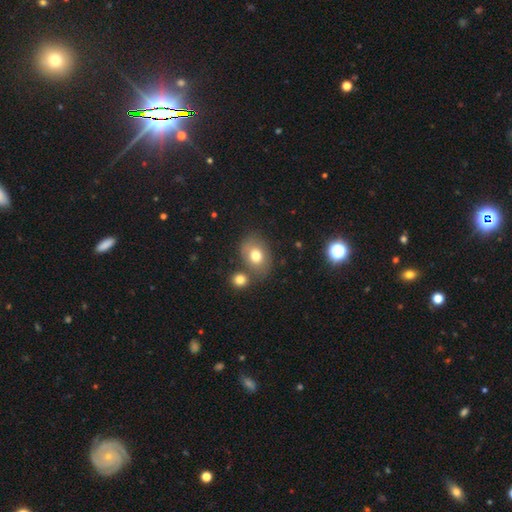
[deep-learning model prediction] Smooth or featured?
  - smooth: 73% *
  - featured or disk: 16%
  - star or artifact: 11%
How rounded?
  - in between: 62% *
  - round: 37%
  - cigar-shaped: 1%
Merging?
  - none: 63% *
  - merger: 18%
  - minor disturbance: 14%
  - major disturbance: 5%